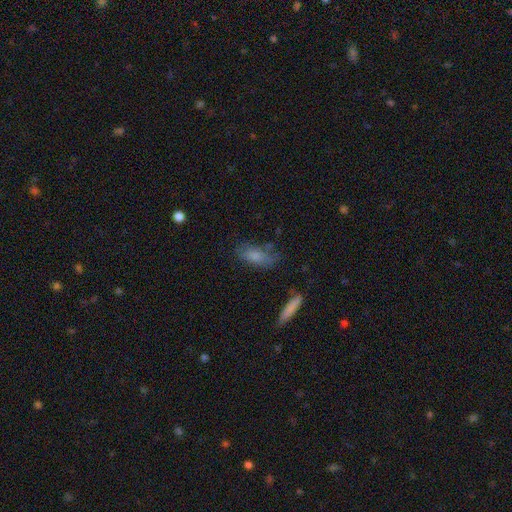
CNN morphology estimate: Q: Smooth or featured?
A: smooth (79%); runner-up: featured or disk (13%)
Q: How rounded?
A: in between (76%); runner-up: cigar-shaped (20%)
Q: Merging?
A: none (62%); runner-up: minor disturbance (24%)